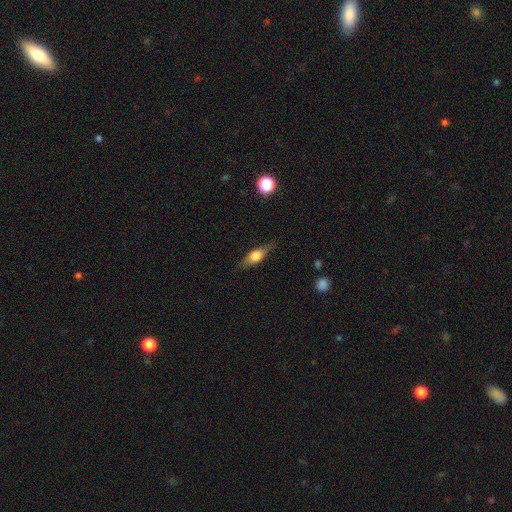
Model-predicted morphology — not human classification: Smooth or featured: featured or disk — 49% (smooth — 44%)
Merging: none — 82% (minor disturbance — 13%)